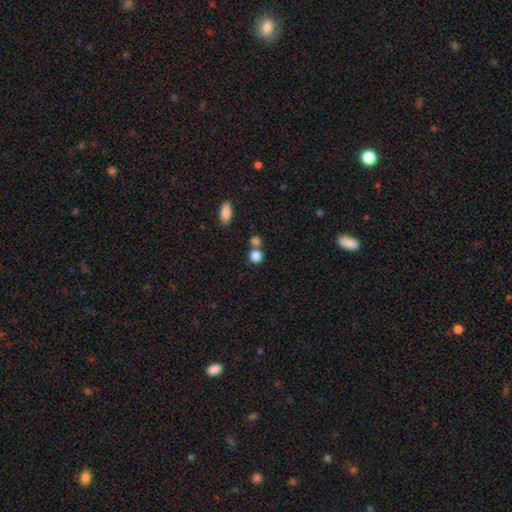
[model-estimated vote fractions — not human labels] A smooth galaxy with no disk features (85%) that is round (84%). Merging: none (57%).